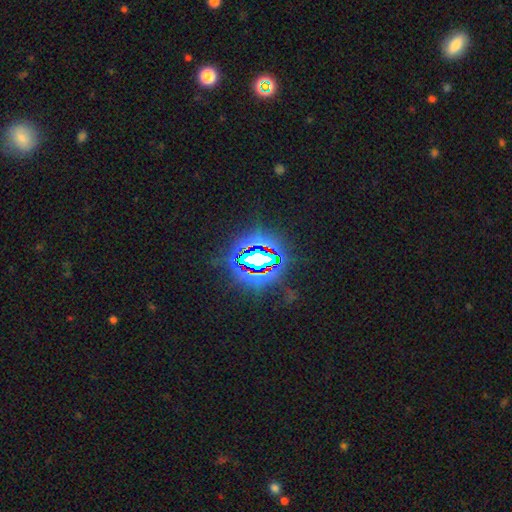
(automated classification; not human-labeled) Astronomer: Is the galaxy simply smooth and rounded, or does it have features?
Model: star or artifact — 78%.